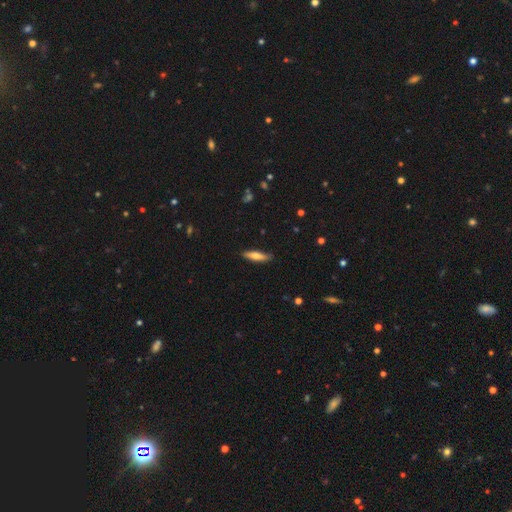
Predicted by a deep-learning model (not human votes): This appears to be a smooth galaxy with no disk features (65%) that is cigar-shaped (76%). Merging: none (84%).